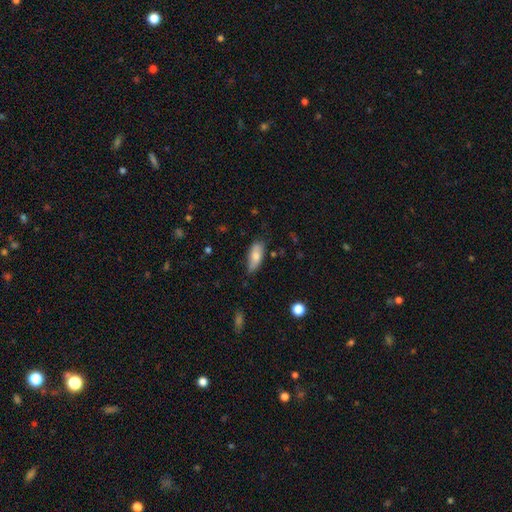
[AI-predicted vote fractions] Smooth or featured?
  - smooth: 77% *
  - featured or disk: 16%
  - star or artifact: 7%
How rounded?
  - in between: 79% *
  - cigar-shaped: 19%
  - round: 2%
Merging?
  - none: 69% *
  - minor disturbance: 25%
  - major disturbance: 4%
  - merger: 2%